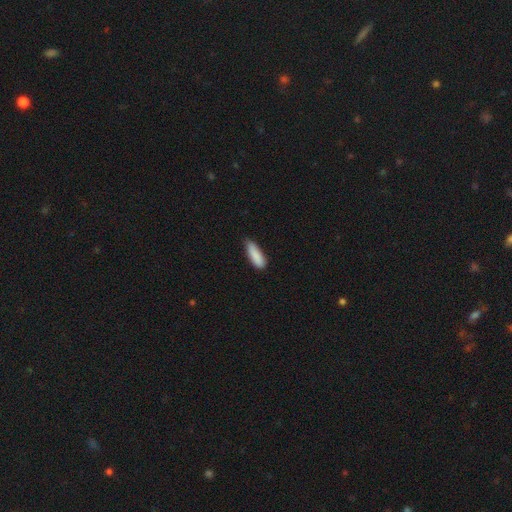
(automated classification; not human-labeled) This appears to be a smooth galaxy with no disk features (88%) that is in between round and cigar-shaped (56%). Merging: none (65%).